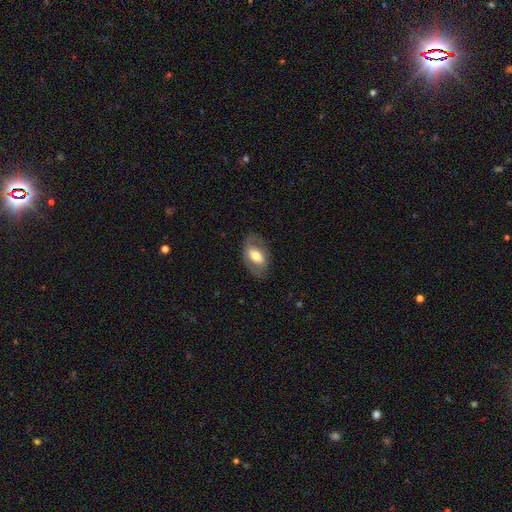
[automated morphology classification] A featured or disk galaxy (47%, tied with smooth).

Vote fractions:
- Smooth or featured? featured or disk: 47% (tied) / smooth: 47% (tied) / star or artifact: 6%
- Merging? none: 76% / minor disturbance: 15% / major disturbance: 7% / merger: 1%